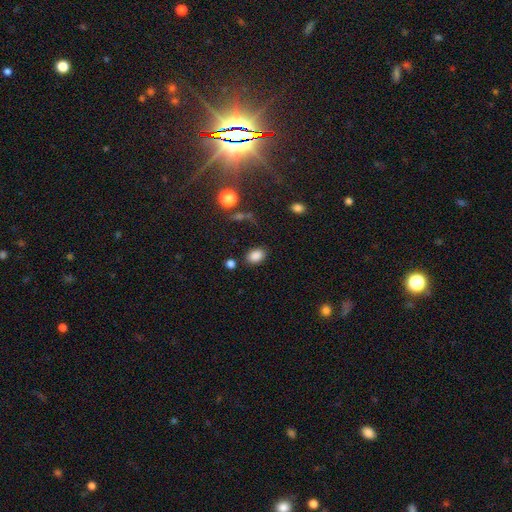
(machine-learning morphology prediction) smooth-or-featured: smooth: 86% | star or artifact: 10% | featured or disk: 4%
  how-rounded: in between: 78% | round: 20% | cigar-shaped: 1%
  merging: none: 81% | minor disturbance: 11% | major disturbance: 4% | merger: 4%